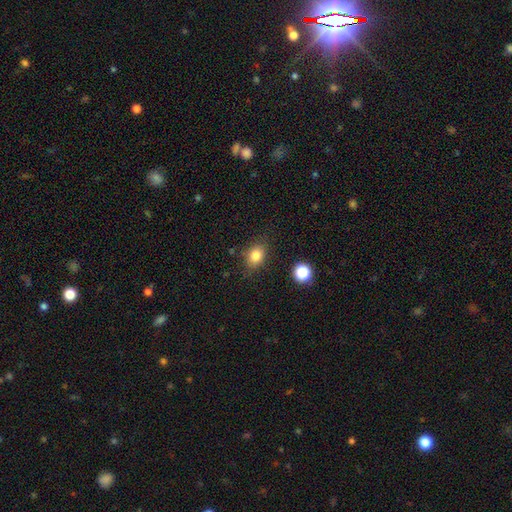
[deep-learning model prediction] Q: Smooth or featured?
A: smooth (82%); runner-up: star or artifact (11%)
Q: How rounded?
A: in between (63%); runner-up: round (35%)
Q: Merging?
A: none (79%); runner-up: minor disturbance (14%)